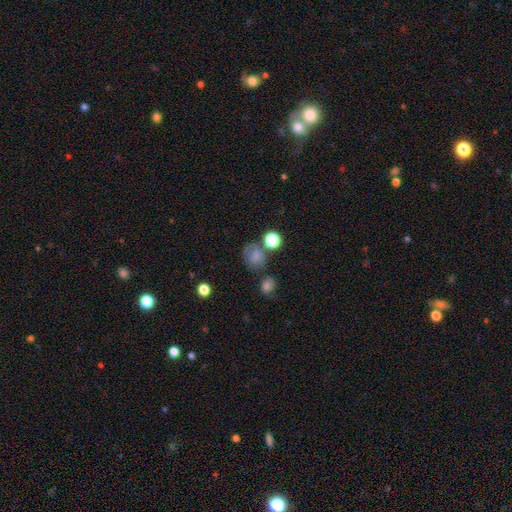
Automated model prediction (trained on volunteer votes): smooth-or-featured: smooth: 73% | star or artifact: 16% | featured or disk: 11%
  how-rounded: round: 65% | in between: 34% | cigar-shaped: 1%
  merging: none: 58% | minor disturbance: 18% | merger: 16% | major disturbance: 9%